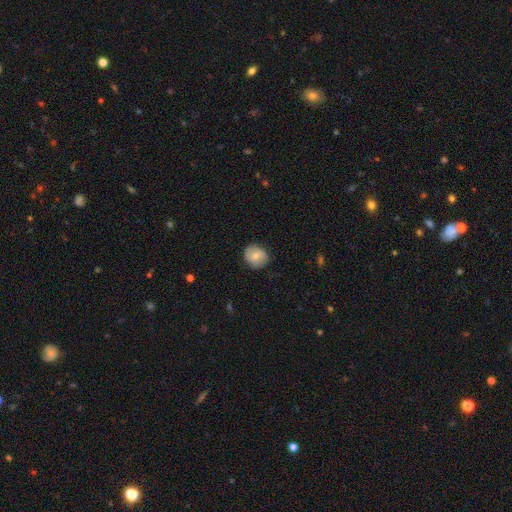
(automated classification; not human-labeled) smooth-or-featured: smooth: 70% | featured or disk: 22% | star or artifact: 8%
  how-rounded: round: 73% | in between: 26% | cigar-shaped: 1%
  merging: none: 80% | minor disturbance: 16% | major disturbance: 3% | merger: 1%